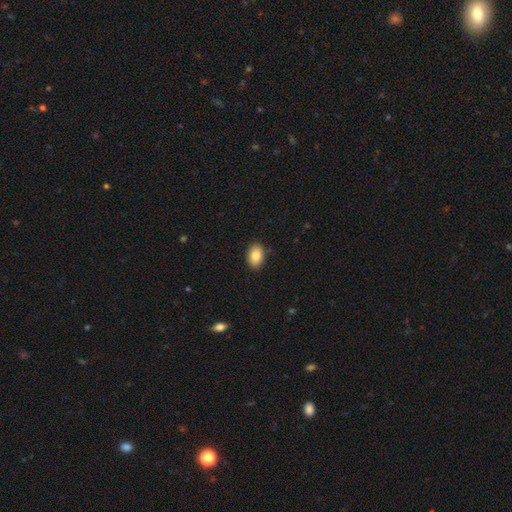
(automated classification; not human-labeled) Morphology: type=smooth (85%); roundness=in between (85%); merging=none (88%).